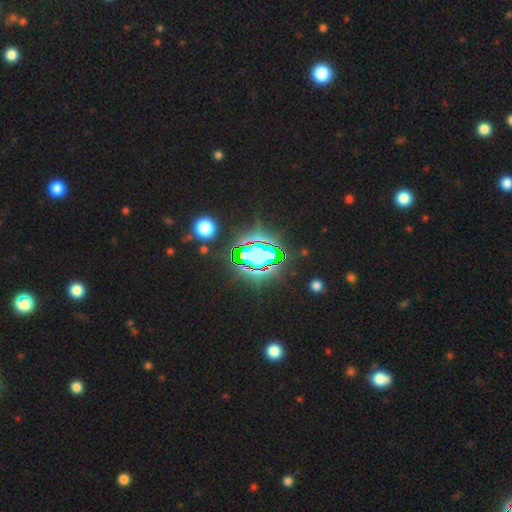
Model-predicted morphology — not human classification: The model was most divided on "smooth or featured": star or artifact: 73%, smooth: 16%, featured or disk: 11%.